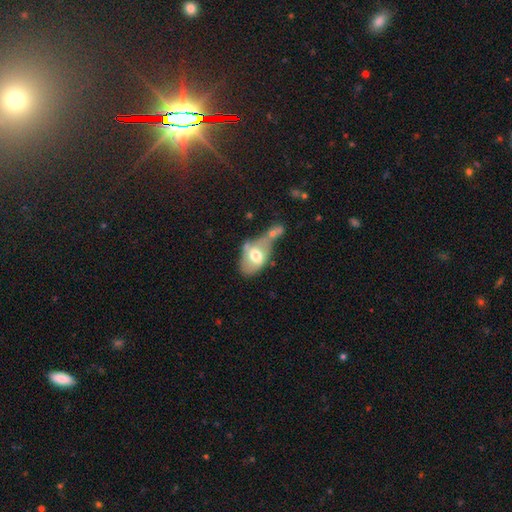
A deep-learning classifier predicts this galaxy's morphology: smooth_or_featured: smooth (p=0.60) [alt: featured or disk p=0.33]
how_rounded: in between (p=0.89) [alt: round p=0.09]
merging: merger (p=0.51) [alt: none p=0.18]